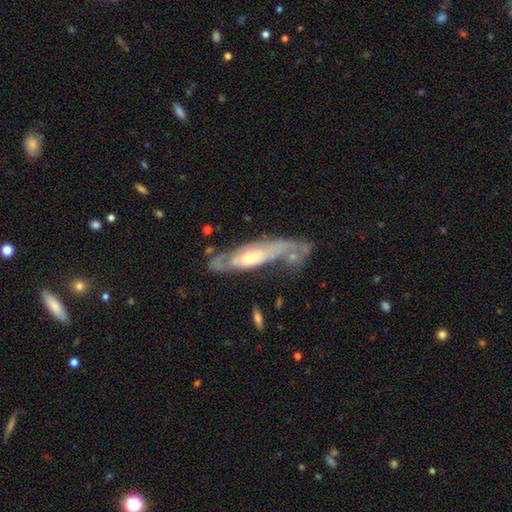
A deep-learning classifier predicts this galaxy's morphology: smooth_or_featured: featured or disk (p=0.75) [alt: smooth p=0.18]
disk_edge_on: no (p=0.63) [alt: yes p=0.37]
merging: none (p=0.50) [alt: minor disturbance p=0.23]